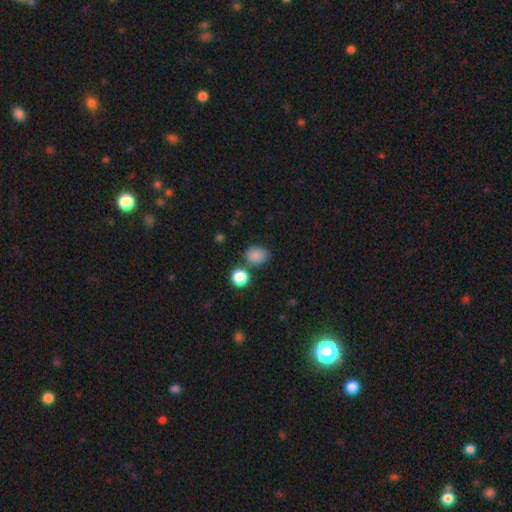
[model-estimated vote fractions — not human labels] smooth-or-featured: smooth: 84% | star or artifact: 11% | featured or disk: 5%
  how-rounded: in between: 51% | round: 48% | cigar-shaped: 1%
  merging: none: 69% | minor disturbance: 15% | merger: 11% | major disturbance: 4%